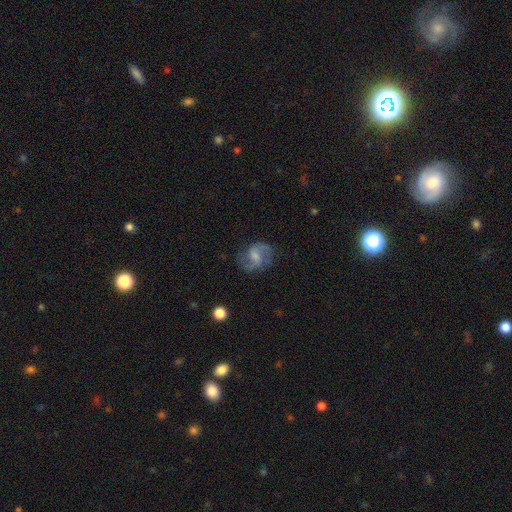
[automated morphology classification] A featured or disk galaxy (76%) with a weak bar (56%), 2 (89%) medium (51%) spiral arms (93%) and a small central bulge (37%).

Vote fractions:
- Smooth or featured? featured or disk: 76% / smooth: 17% / star or artifact: 7%
- Edge-on disk? no: 98% / yes: 2%
- Bar? weak: 56% / no: 25% / strong: 18%
- Spiral arms? yes: 93% / no: 7%
- Spiral winding? medium: 51% / loose: 35% / tight: 14%
- Spiral arm count? 2: 89% / can't tell: 5% / 1: 2% / 3: 2% / 4: 1% / more than 4: 1%
- Bulge size? small: 37% / moderate: 34% / none: 23% / large: 6% / dominant: 1%
- Merging? none: 74% / minor disturbance: 16% / major disturbance: 8% / merger: 1%